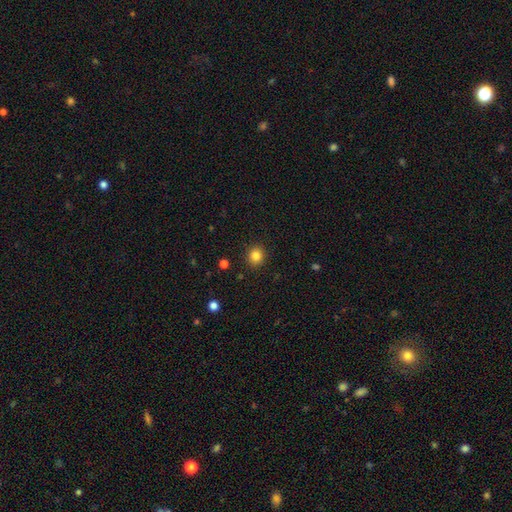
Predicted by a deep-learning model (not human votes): smooth 83%, star or artifact 12%, featured or disk 5%. Down the decision tree: how rounded — round (89%); merging — none (91%).